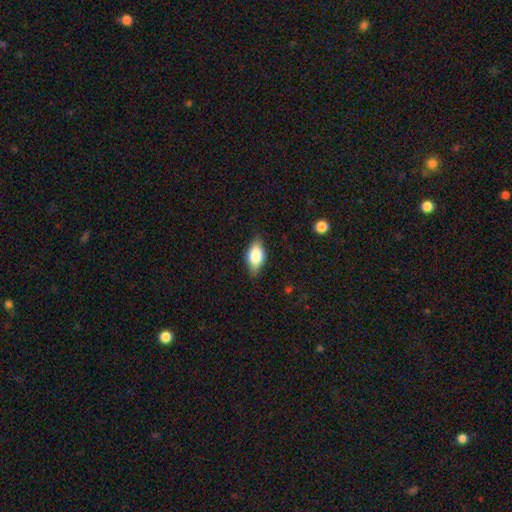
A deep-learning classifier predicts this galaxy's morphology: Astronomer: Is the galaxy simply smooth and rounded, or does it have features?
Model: smooth — 69%.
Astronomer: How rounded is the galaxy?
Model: in between — 86%.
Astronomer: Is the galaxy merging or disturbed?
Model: none — 80%.